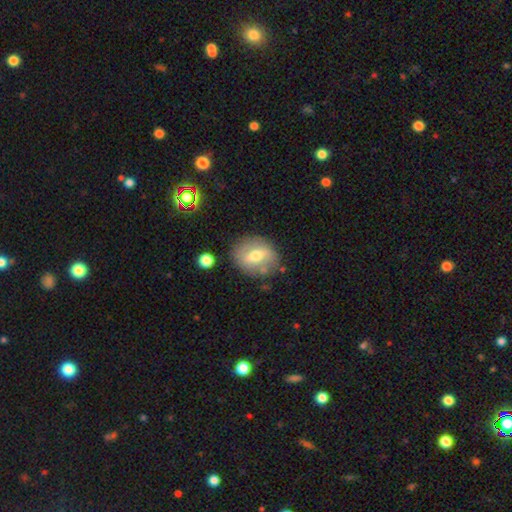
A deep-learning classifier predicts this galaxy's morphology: Q: Smooth or featured?
A: smooth (47%); runner-up: featured or disk (44%)
Q: Merging?
A: none (76%); runner-up: minor disturbance (15%)